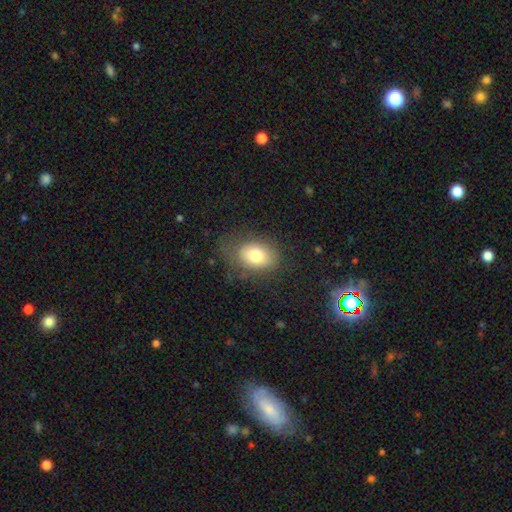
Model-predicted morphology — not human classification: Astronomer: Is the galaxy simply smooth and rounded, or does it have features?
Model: smooth — 76%.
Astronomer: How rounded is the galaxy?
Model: in between — 73%.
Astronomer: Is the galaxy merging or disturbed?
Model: none — 69%.